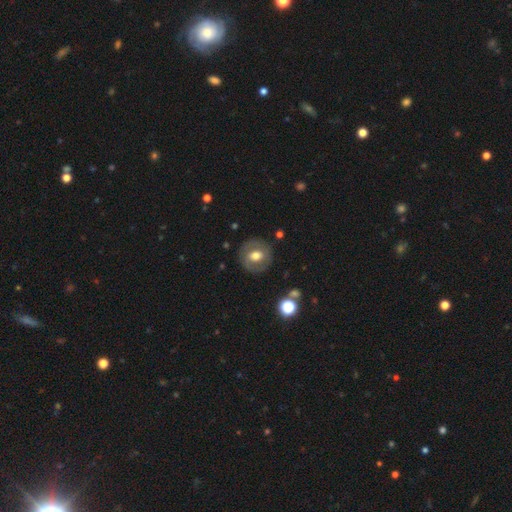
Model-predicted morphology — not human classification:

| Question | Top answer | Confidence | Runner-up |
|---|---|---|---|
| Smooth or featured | smooth | 47% | featured or disk (45%) |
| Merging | none | 84% | minor disturbance (10%) |